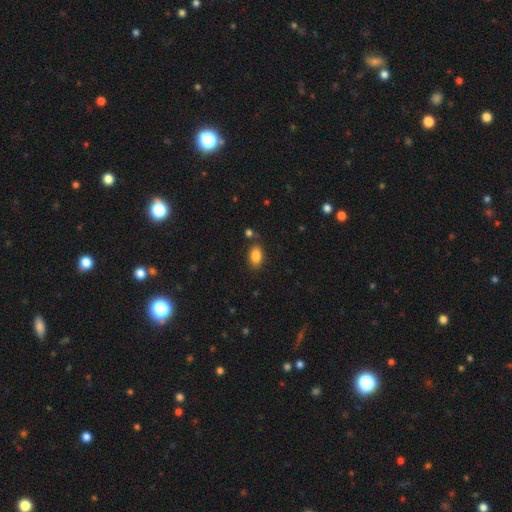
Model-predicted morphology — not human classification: A smooth galaxy with no disk features (86%) that is in between round and cigar-shaped (89%). Merging: none (78%).